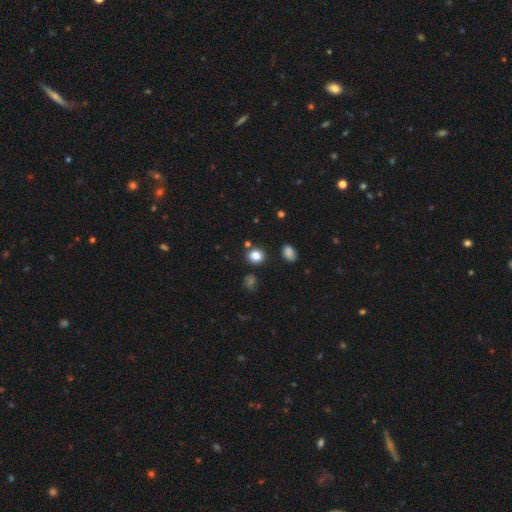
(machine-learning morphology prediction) A smooth galaxy with no disk features (83%) that is round (78%).

Vote fractions:
- Smooth or featured? smooth: 83% / star or artifact: 13% / featured or disk: 4%
- How rounded? round: 78% / in between: 21% / cigar-shaped: 1%
- Merging? none: 82% / minor disturbance: 10% / merger: 5% / major disturbance: 3%